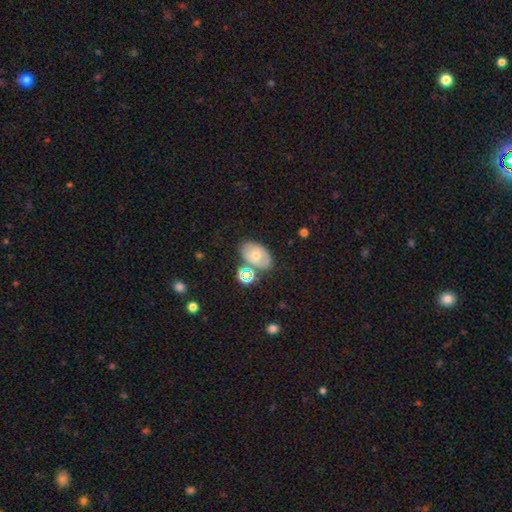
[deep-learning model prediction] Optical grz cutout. It shows a smooth galaxy with no disk features (57%) that is in between round and cigar-shaped (86%). Merging: none (67%).